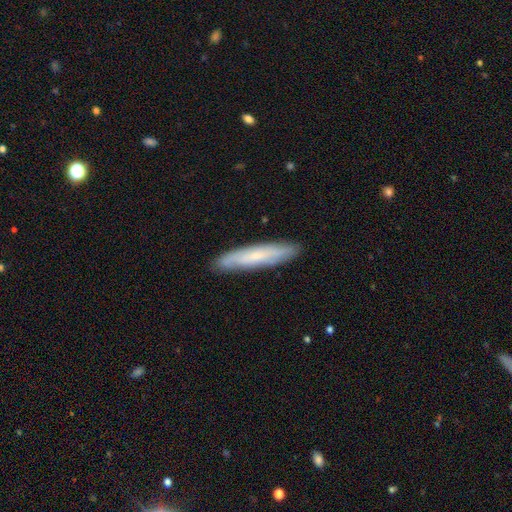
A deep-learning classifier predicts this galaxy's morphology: The model was most divided on "smooth or featured": smooth: 52%, featured or disk: 42%, star or artifact: 6%. More confident: how rounded — cigar-shaped (88%); merging — none (87%).